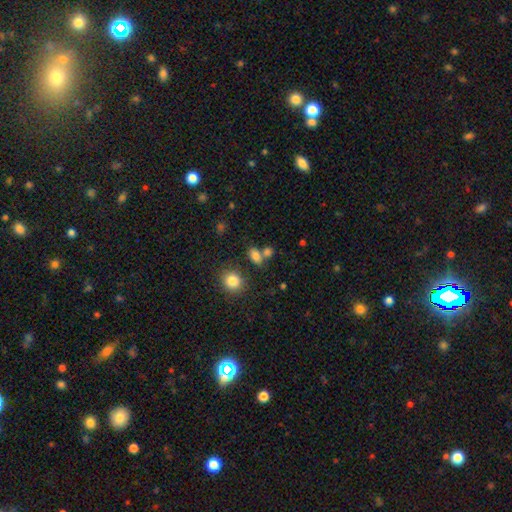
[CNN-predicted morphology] The model was most divided on "merging": none: 53%, merger: 32%, minor disturbance: 10%, major disturbance: 5%. More confident: smooth or featured — smooth (81%); how rounded — in between (76%).